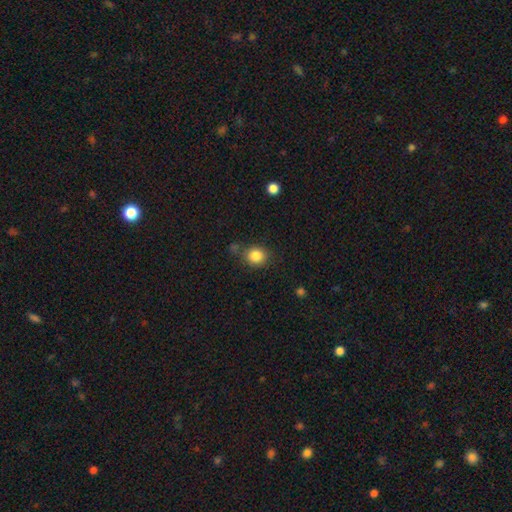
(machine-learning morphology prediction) This is clearly a smooth galaxy (84%). How rounded: likely round (76%). Merging: likely none (75%).